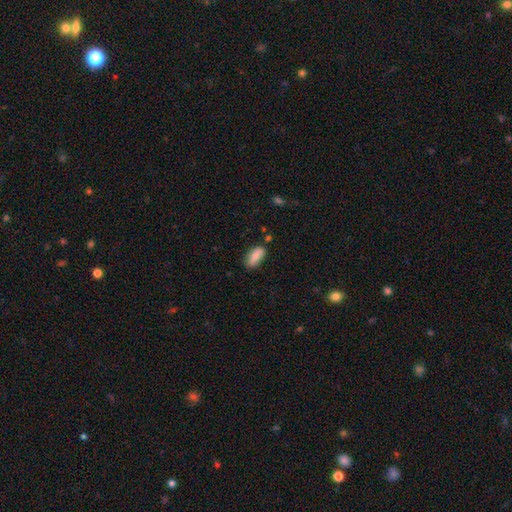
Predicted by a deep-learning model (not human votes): Smooth or featured? Predicted: smooth (p=0.83). How rounded? Predicted: in between (p=0.86). Merging? Predicted: none (p=0.76).